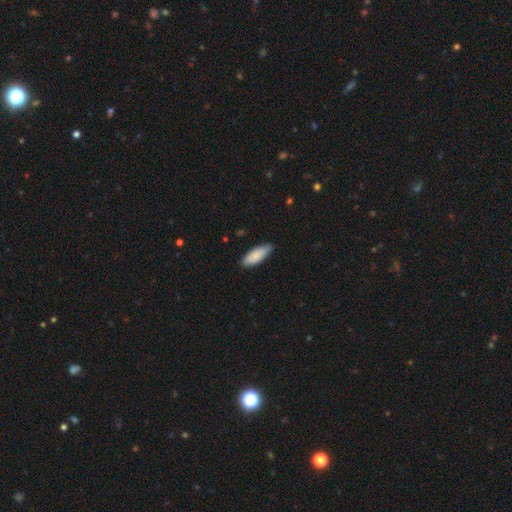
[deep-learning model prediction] Smooth or featured? Predicted: smooth (p=0.84). How rounded? Predicted: in between (p=0.68). Merging? Predicted: none (p=0.83).